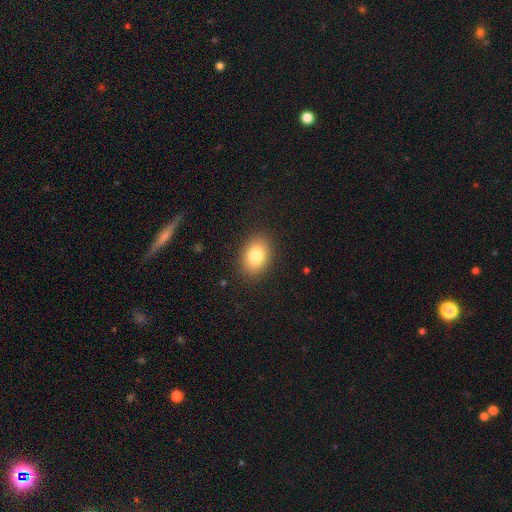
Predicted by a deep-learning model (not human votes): Morphology: type=smooth (80%); roundness=in between (76%); merging=none (88%).